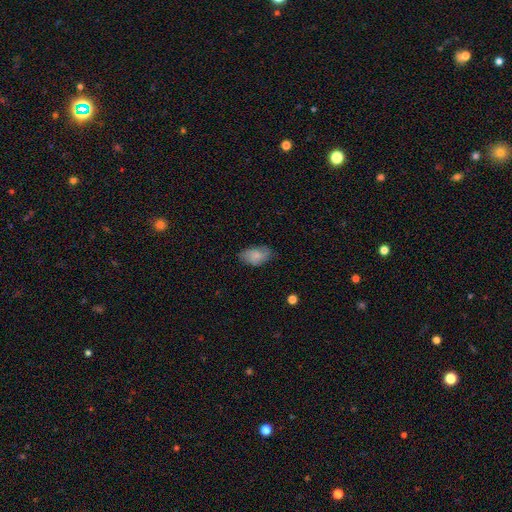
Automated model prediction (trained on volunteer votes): smooth_or_featured: smooth (p=0.75) [alt: featured or disk p=0.18]
how_rounded: in between (p=0.91) [alt: round p=0.07]
merging: none (p=0.67) [alt: minor disturbance p=0.25]